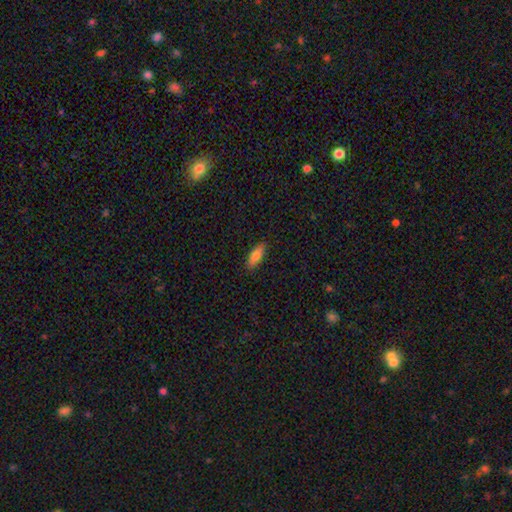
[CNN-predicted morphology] type=smooth (81%); roundness=in between (64%); merging=none (88%).